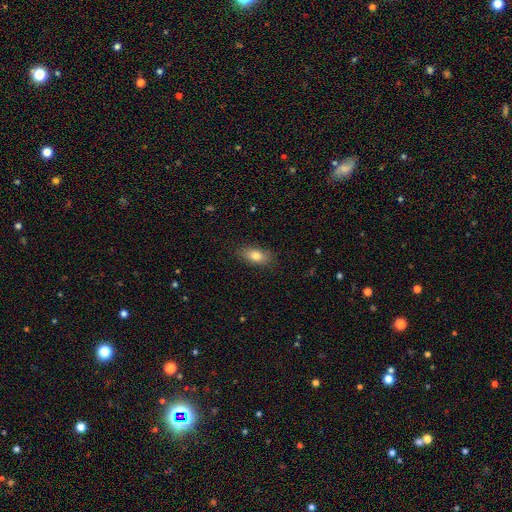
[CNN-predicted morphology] Smooth or featured?
  - smooth: 80% *
  - featured or disk: 13%
  - star or artifact: 8%
How rounded?
  - in between: 85% *
  - cigar-shaped: 9%
  - round: 6%
Merging?
  - none: 85% *
  - minor disturbance: 11%
  - major disturbance: 3%
  - merger: 1%